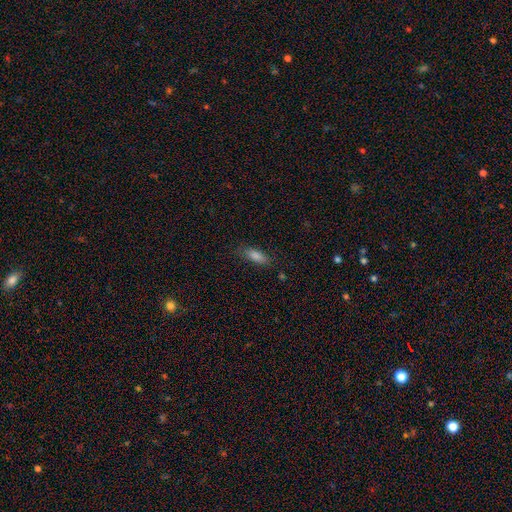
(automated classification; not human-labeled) Smooth or featured? smooth (81%)
How rounded? in between (60%)
Merging? none (81%)